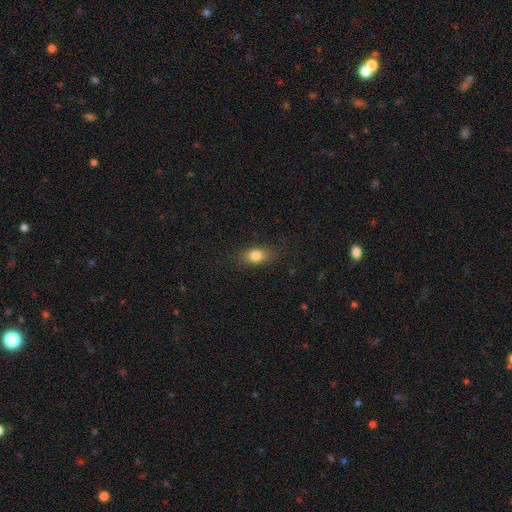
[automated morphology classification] A smooth galaxy with no disk features (81%) that is in between round and cigar-shaped (77%).

Vote fractions:
- Smooth or featured? smooth: 81% / star or artifact: 9% / featured or disk: 9%
- How rounded? in between: 77% / round: 18% / cigar-shaped: 5%
- Merging? none: 82% / minor disturbance: 13% / major disturbance: 4% / merger: 1%